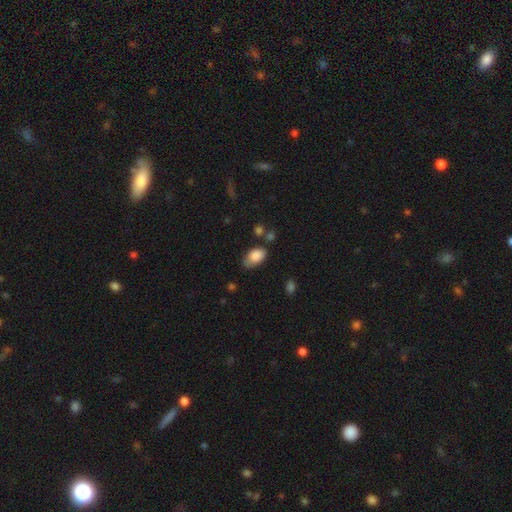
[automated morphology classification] smooth 82%, featured or disk 11%, star or artifact 7%. Down the decision tree: how rounded — in between (91%); merging — none (53%).